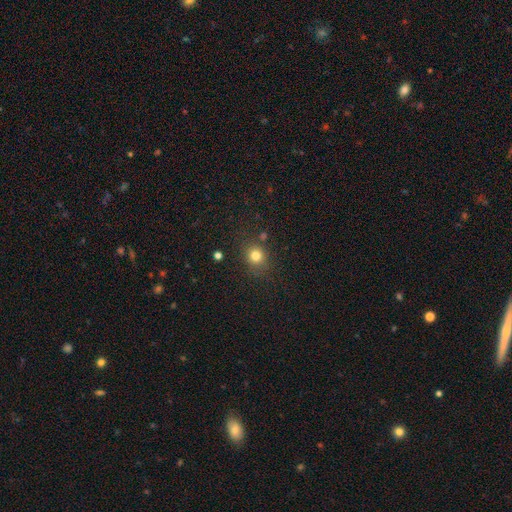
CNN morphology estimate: Overall: smooth (79%). How rounded: round (83%). Merging: none (81%).